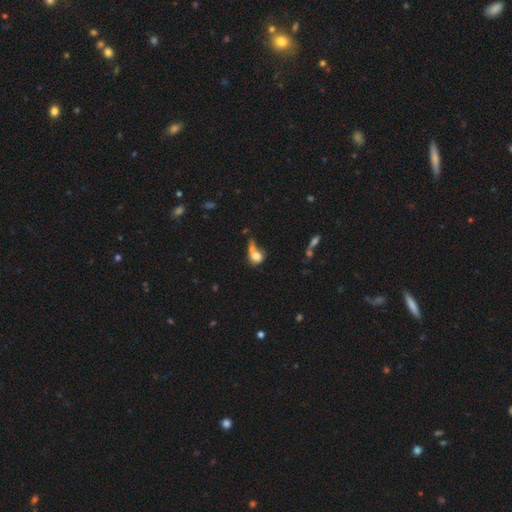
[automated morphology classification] smooth_or_featured: smooth (p=0.70) [alt: featured or disk p=0.19]
how_rounded: round (p=0.49) [alt: in between p=0.47]
merging: merger (p=0.35) [alt: none p=0.25]